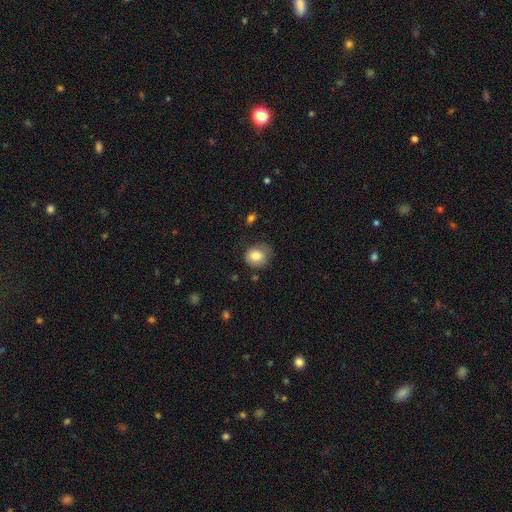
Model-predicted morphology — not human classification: smooth_or_featured: smooth (p=0.81) [alt: featured or disk p=0.10]
how_rounded: round (p=0.76) [alt: in between p=0.23]
merging: none (p=0.66) [alt: minor disturbance p=0.25]